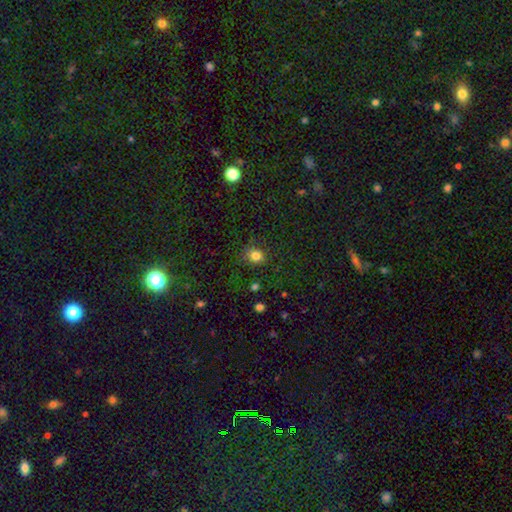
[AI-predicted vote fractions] A smooth galaxy with no disk features (81%) that is round (72%). Merging: none (81%).